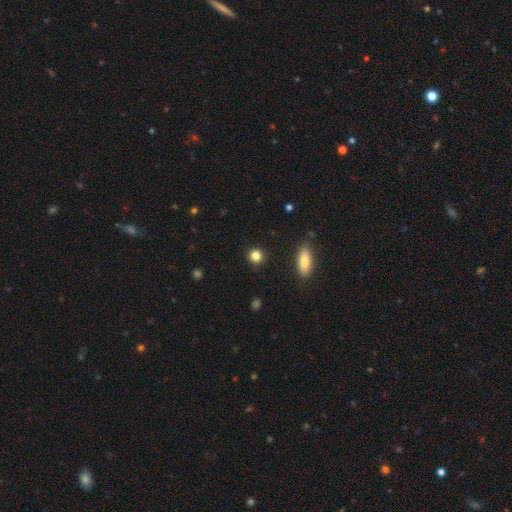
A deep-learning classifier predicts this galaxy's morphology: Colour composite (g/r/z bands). It shows a smooth galaxy with no disk features (85%) that is round (90%). Merging: none (90%).